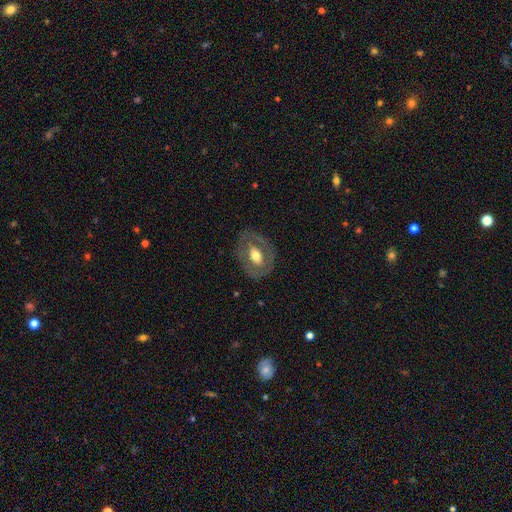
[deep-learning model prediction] This is possibly a featured or disk galaxy (52%). It is clearly not viewed edge-on (92%). Merging: likely none (76%).